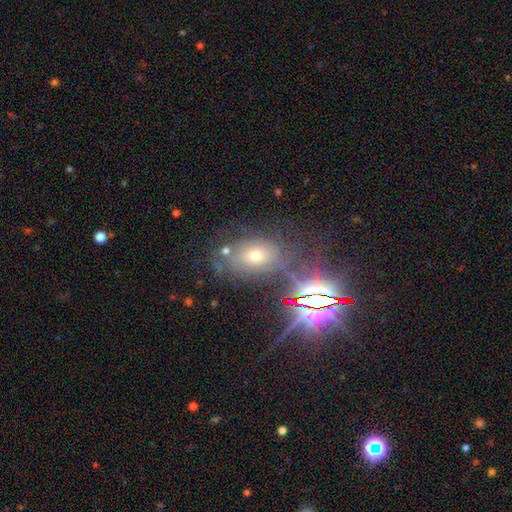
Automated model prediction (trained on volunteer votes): A smooth galaxy with no disk features (38%). Merging: none (67%).